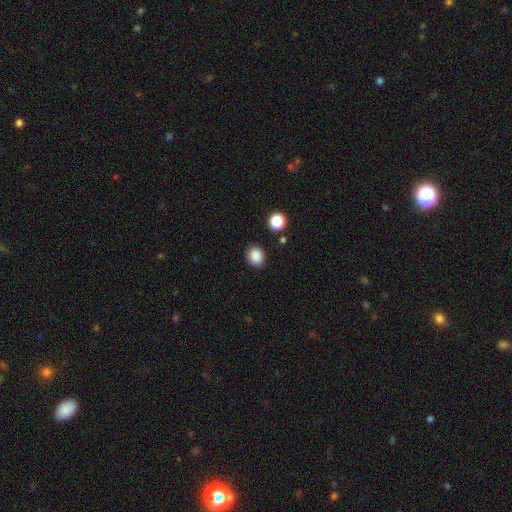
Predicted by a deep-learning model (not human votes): The model was most divided on "how rounded": round: 62%, in between: 37%, cigar-shaped: 1%. More confident: merging — none (87%); smooth or featured — smooth (87%).